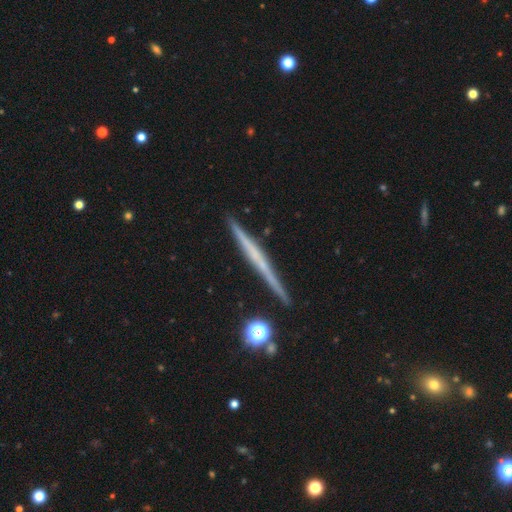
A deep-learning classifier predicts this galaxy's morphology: Smooth or featured? Predicted: featured or disk (p=0.64). Edge-on disk? Predicted: yes (p=0.98). Edge-on bulge? Predicted: none (p=0.79). Merging? Predicted: none (p=0.89).